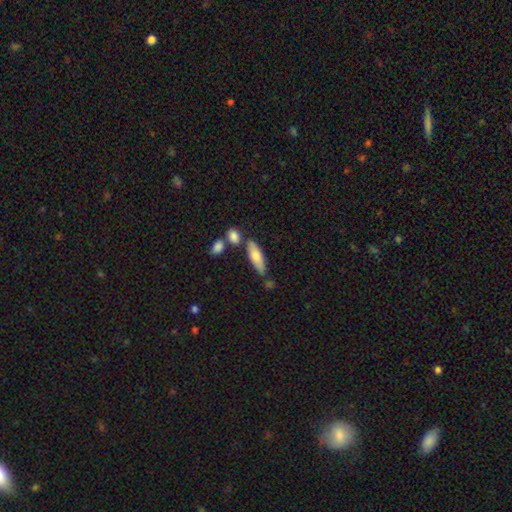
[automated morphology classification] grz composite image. It shows a smooth galaxy with no disk features (72%) that is cigar-shaped (49%, tied with in between). Merging: none (69%).